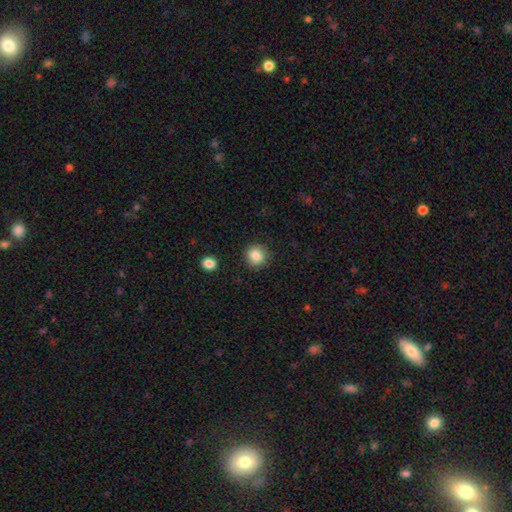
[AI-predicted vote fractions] smooth-or-featured: smooth: 85% | star or artifact: 10% | featured or disk: 5%
  how-rounded: round: 90% | in between: 9% | cigar-shaped: 1%
  merging: none: 89% | minor disturbance: 7% | major disturbance: 2% | merger: 2%